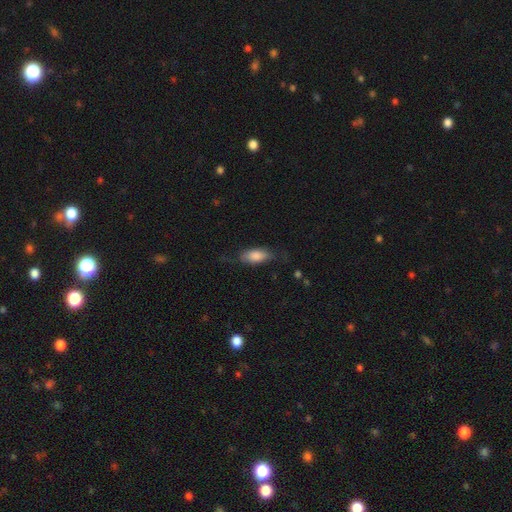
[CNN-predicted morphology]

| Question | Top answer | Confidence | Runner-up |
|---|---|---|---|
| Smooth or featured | smooth | 79% | featured or disk (14%) |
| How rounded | in between | 82% | cigar-shaped (15%) |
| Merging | none | 65% | minor disturbance (24%) |